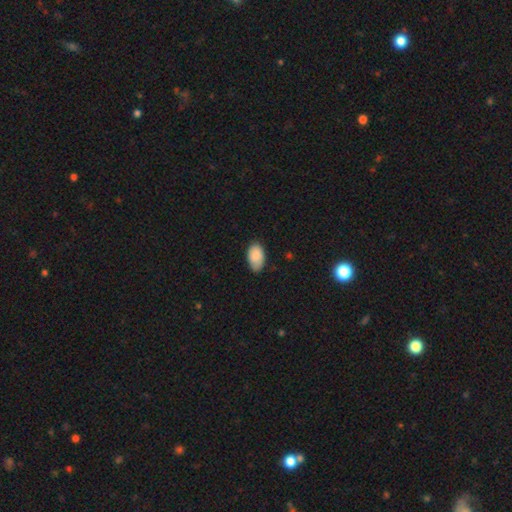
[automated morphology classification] Smooth or featured: smooth — 89% (star or artifact — 6%)
How rounded: in between — 95% (round — 4%)
Merging: none — 73% (minor disturbance — 23%)